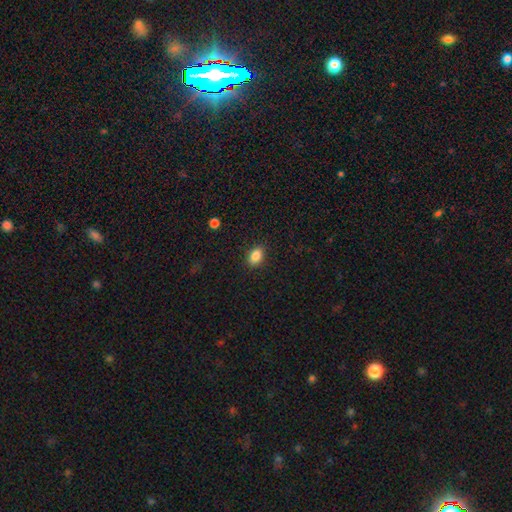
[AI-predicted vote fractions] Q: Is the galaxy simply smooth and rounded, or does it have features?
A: smooth — 87%.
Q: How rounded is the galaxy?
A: in between — 82%.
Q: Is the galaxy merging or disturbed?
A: none — 88%.